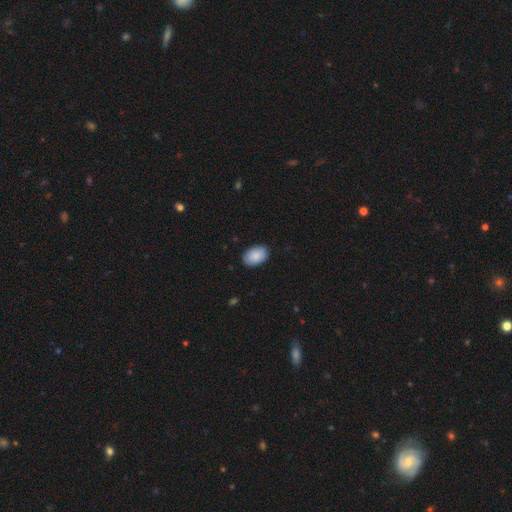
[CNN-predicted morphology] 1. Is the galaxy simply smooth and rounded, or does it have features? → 88% smooth, 6% star or artifact, 5% featured or disk.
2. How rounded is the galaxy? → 90% in between, 9% round, 1% cigar-shaped.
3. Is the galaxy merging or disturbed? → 87% none, 10% minor disturbance, 2% major disturbance, 1% merger.